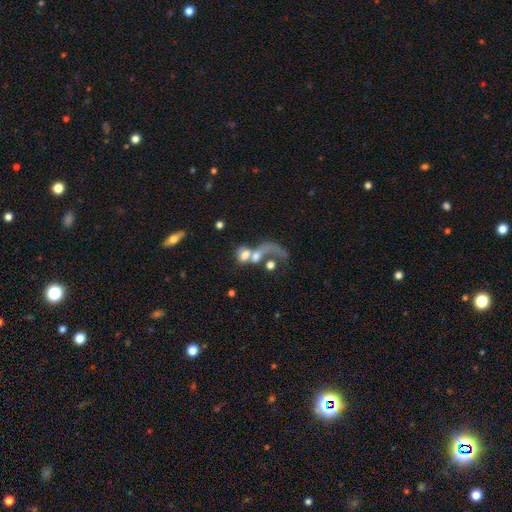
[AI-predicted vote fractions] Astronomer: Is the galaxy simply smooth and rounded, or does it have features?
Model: smooth — 45% (runner-up: featured or disk, 40%).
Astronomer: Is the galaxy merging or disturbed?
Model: merger — 53%.